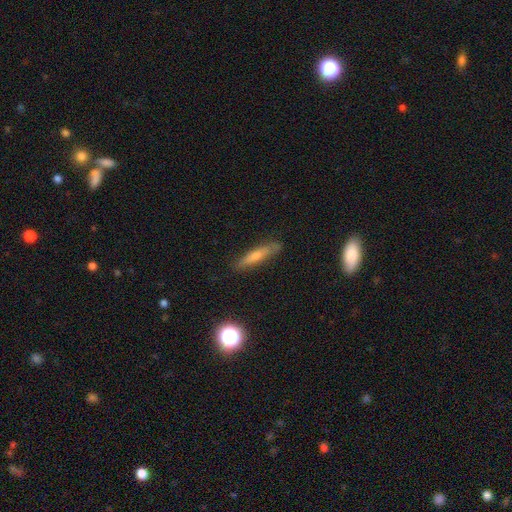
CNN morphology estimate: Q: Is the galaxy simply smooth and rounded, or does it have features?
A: smooth — 53%.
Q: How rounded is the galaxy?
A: cigar-shaped — 86%.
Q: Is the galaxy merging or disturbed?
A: none — 85%.